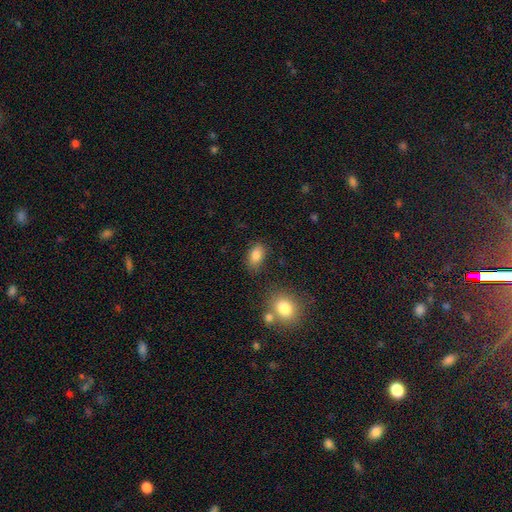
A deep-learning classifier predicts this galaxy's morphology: Q: Smooth or featured?
A: smooth (84%); runner-up: star or artifact (9%)
Q: How rounded?
A: in between (87%); runner-up: round (10%)
Q: Merging?
A: none (78%); runner-up: minor disturbance (14%)